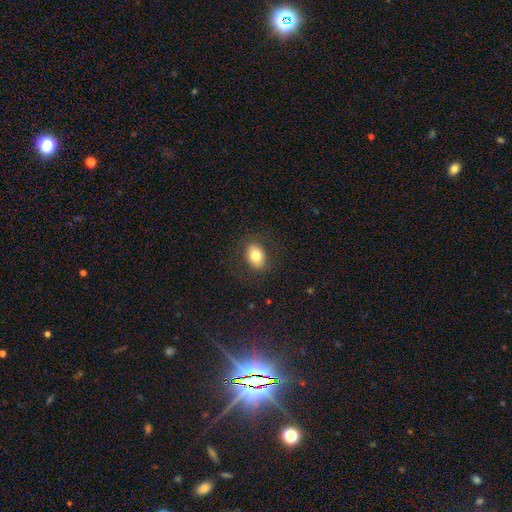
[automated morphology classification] This appears to be a smooth galaxy with no disk features (80%) that is in between round and cigar-shaped (78%). Merging: none (85%).